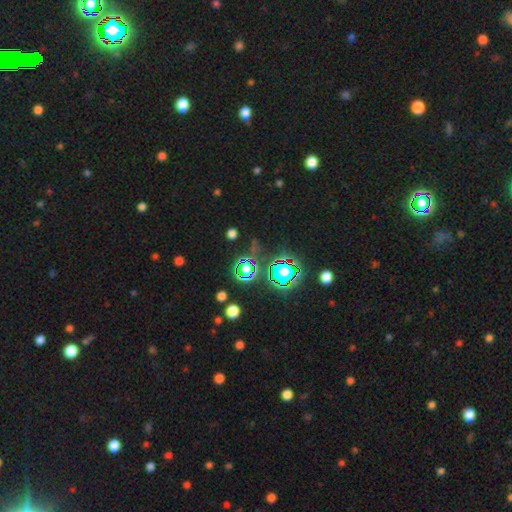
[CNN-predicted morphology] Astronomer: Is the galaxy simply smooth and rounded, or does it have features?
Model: star or artifact — 80%.